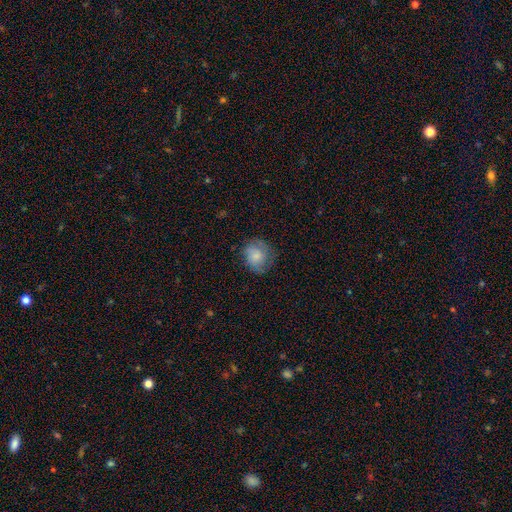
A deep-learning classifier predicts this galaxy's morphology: This is likely a smooth galaxy (71%). How rounded: likely round (76%). Merging: likely none (69%).